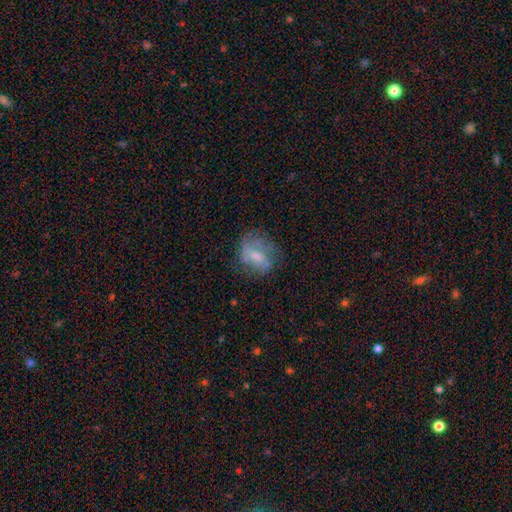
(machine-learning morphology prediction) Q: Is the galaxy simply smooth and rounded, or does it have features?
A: smooth — 48%.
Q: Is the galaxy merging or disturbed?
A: none — 53%.